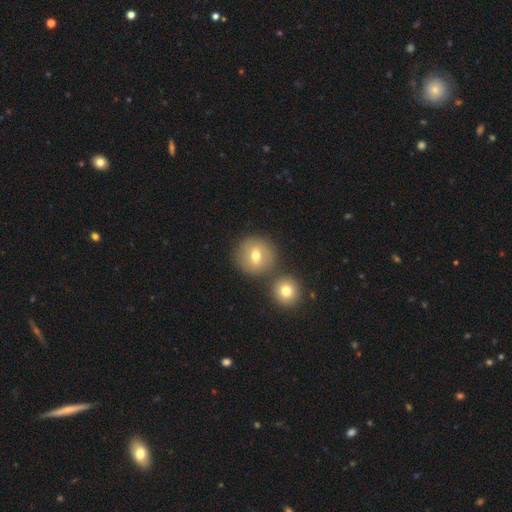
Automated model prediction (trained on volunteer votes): The model was most divided on "smooth or featured": smooth: 69%, featured or disk: 22%, star or artifact: 10%. More confident: how rounded — round (89%); merging — none (70%).